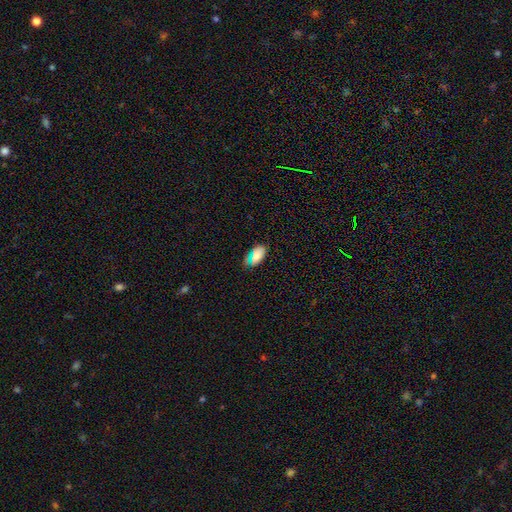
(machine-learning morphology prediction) smooth_or_featured: smooth (p=0.77) [alt: star or artifact p=0.14]
how_rounded: in between (p=0.92) [alt: cigar-shaped p=0.04]
merging: none (p=0.67) [alt: minor disturbance p=0.22]